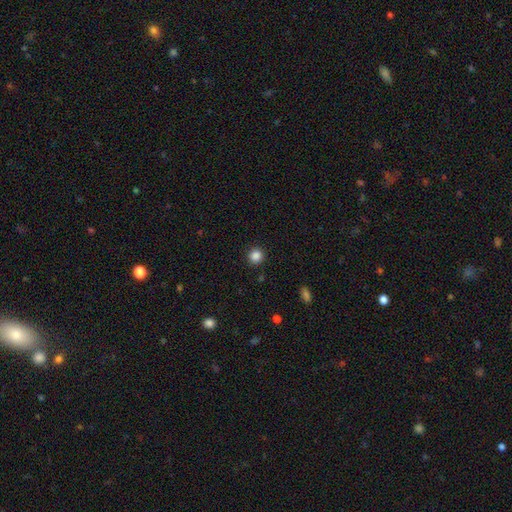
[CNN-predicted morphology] Smooth or featured? Predicted: smooth (p=0.86). How rounded? Predicted: round (p=0.94). Merging? Predicted: none (p=0.91).